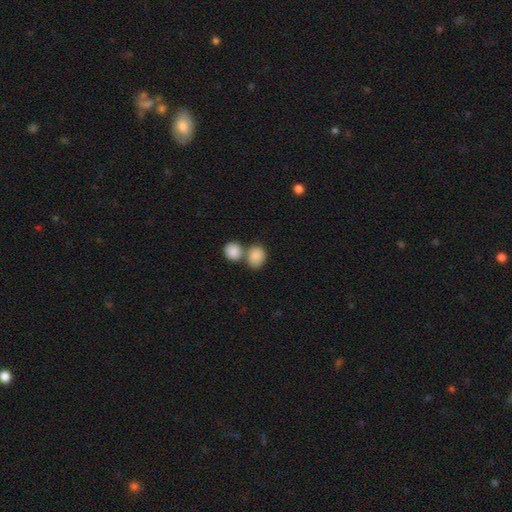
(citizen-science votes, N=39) Smooth or featured: smooth — 95% (star or artifact — 5%)
How rounded: round — 65% (in between — 35%)
Merging: merger — 57% (none — 32%)